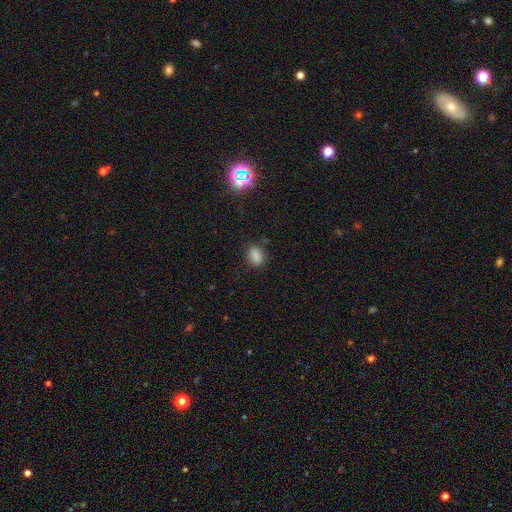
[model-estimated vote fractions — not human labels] Q: Smooth or featured?
A: smooth (84%); runner-up: star or artifact (12%)
Q: How rounded?
A: in between (78%); runner-up: round (20%)
Q: Merging?
A: none (82%); runner-up: minor disturbance (13%)